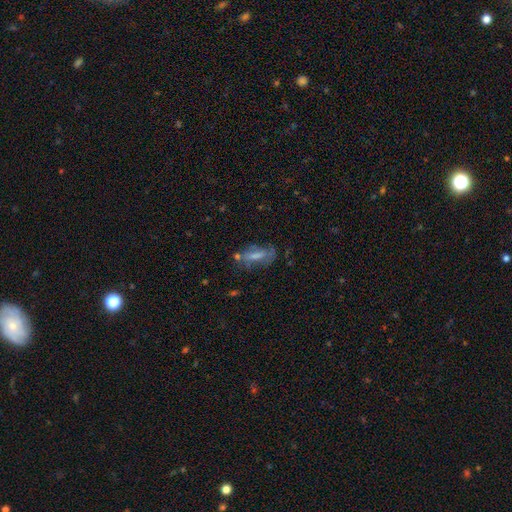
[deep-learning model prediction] A smooth galaxy with no disk features (50%).

Vote fractions:
- Smooth or featured? smooth: 50% / featured or disk: 40% / star or artifact: 10%
- Merging? none: 48% / minor disturbance: 25% / major disturbance: 19% / merger: 8%